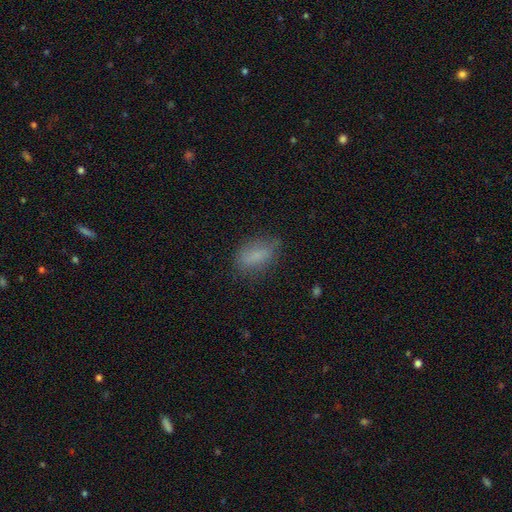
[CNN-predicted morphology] A smooth galaxy with no disk features (79%) that is in between round and cigar-shaped (84%).

Vote fractions:
- Smooth or featured? smooth: 79% / featured or disk: 11% / star or artifact: 10%
- How rounded? in between: 84% / cigar-shaped: 8% / round: 7%
- Merging? none: 71% / minor disturbance: 21% / major disturbance: 7% / merger: 1%